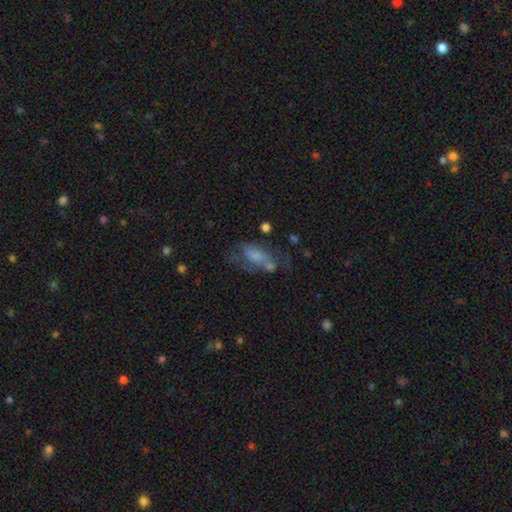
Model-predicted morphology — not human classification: Smooth or featured? Predicted: smooth (p=0.51). How rounded? Predicted: in between (p=0.83). Merging? Predicted: none (p=0.34).